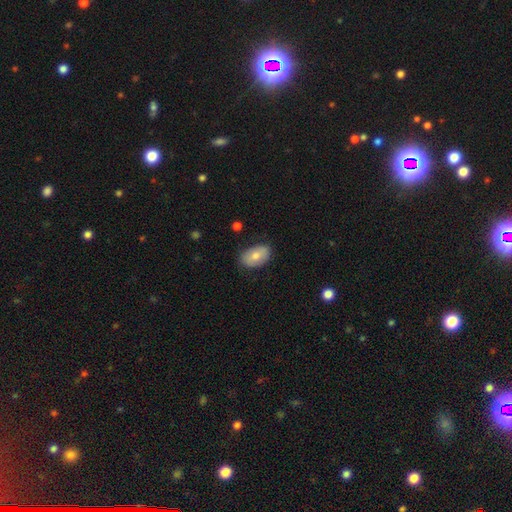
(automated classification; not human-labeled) Q: Smooth or featured?
A: smooth (76%); runner-up: featured or disk (17%)
Q: How rounded?
A: in between (91%); runner-up: round (8%)
Q: Merging?
A: none (79%); runner-up: minor disturbance (17%)